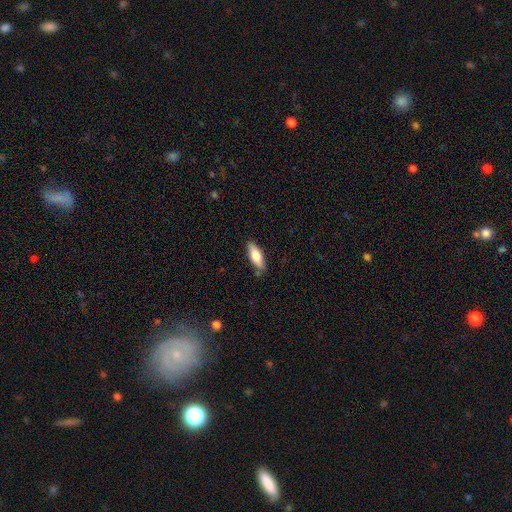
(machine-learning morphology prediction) This is likely a smooth galaxy (73%). How rounded: likely in between (63%). Merging: clearly none (81%).